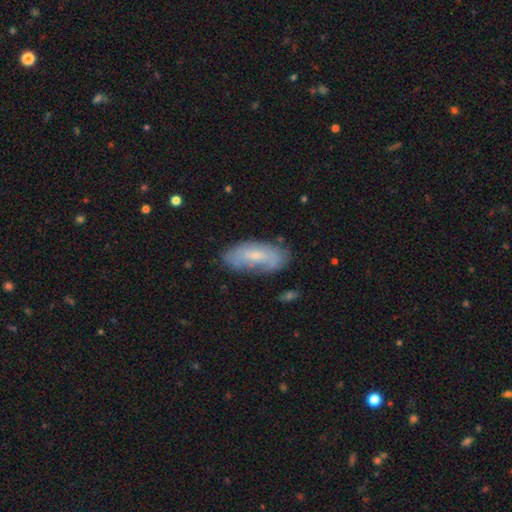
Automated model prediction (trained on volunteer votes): smooth 48%, featured or disk 44%, star or artifact 7%. Down the decision tree: merging — none (68%).